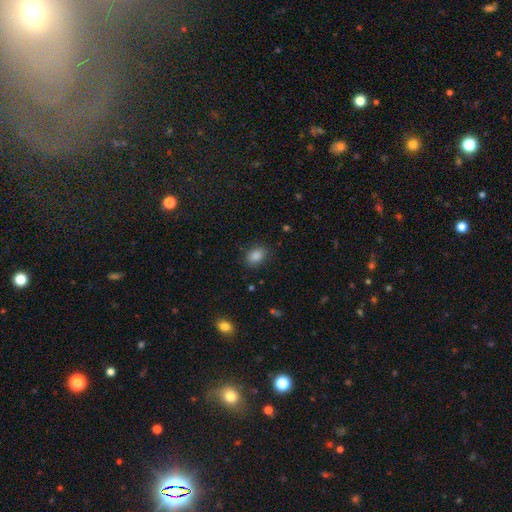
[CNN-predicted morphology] Smooth or featured? smooth (86%)
How rounded? in between (73%)
Merging? none (85%)